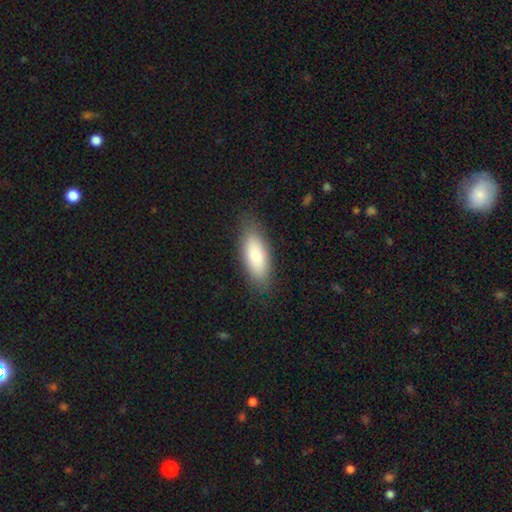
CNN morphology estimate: Smooth or featured?
  - smooth: 82% *
  - featured or disk: 12%
  - star or artifact: 6%
How rounded?
  - in between: 76% *
  - cigar-shaped: 22%
  - round: 2%
Merging?
  - none: 83% *
  - minor disturbance: 13%
  - major disturbance: 3%
  - merger: 1%